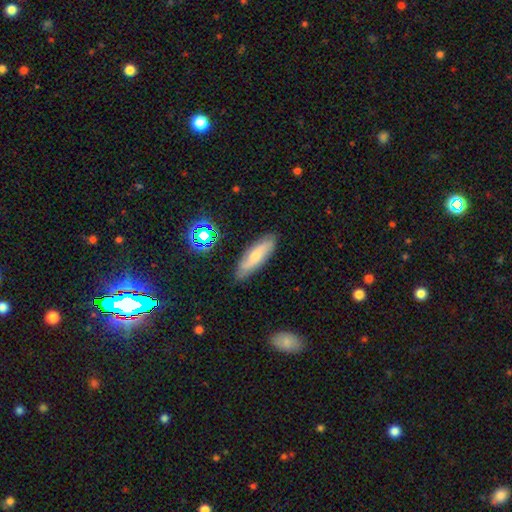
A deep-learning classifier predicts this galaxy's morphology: This is possibly a smooth galaxy (51%). How rounded: possibly cigar-shaped (53%). Merging: clearly none (82%).